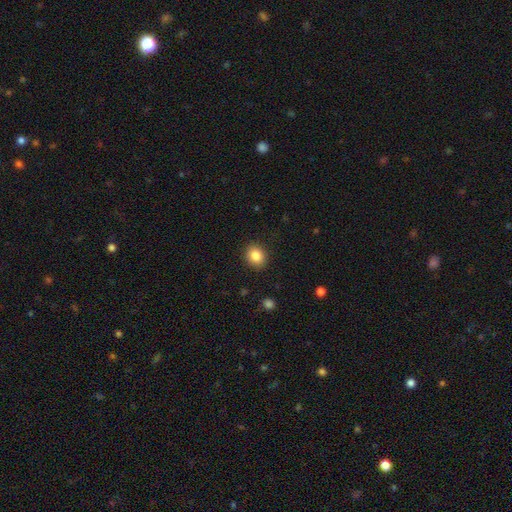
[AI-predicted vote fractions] smooth-or-featured: smooth: 85% | star or artifact: 10% | featured or disk: 5%
  how-rounded: round: 65% | in between: 34% | cigar-shaped: 1%
  merging: none: 90% | minor disturbance: 7% | major disturbance: 2% | merger: 1%